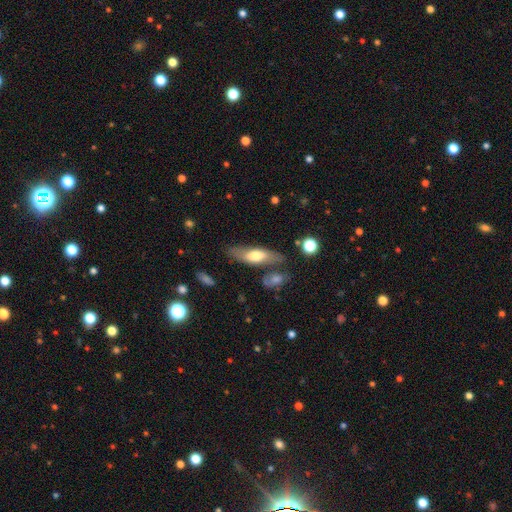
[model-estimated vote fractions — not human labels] Smooth or featured? Predicted: smooth (p=0.57). How rounded? Predicted: in between (p=0.50). Merging? Predicted: none (p=0.72).